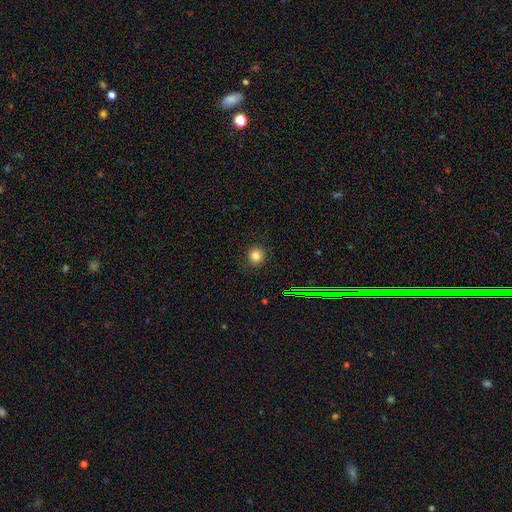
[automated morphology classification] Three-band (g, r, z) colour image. It shows a smooth galaxy with no disk features (81%) that is round (91%). Merging: none (89%).